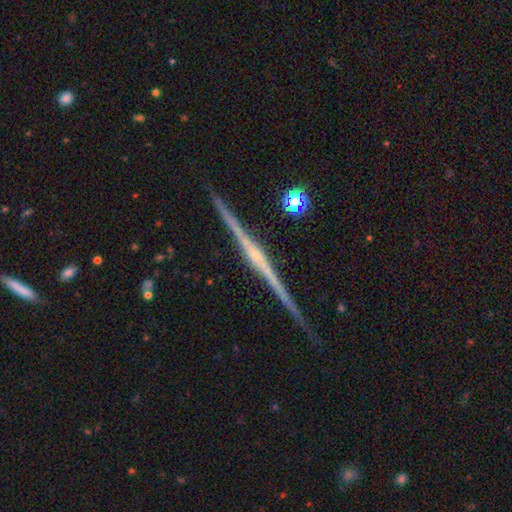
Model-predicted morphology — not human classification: Smooth or featured: featured or disk — 87% (smooth — 8%)
Edge-on disk: yes — 99% (no — 1%)
Edge-on bulge: rounded — 54% (none — 32%)
Merging: none — 91% (minor disturbance — 7%)